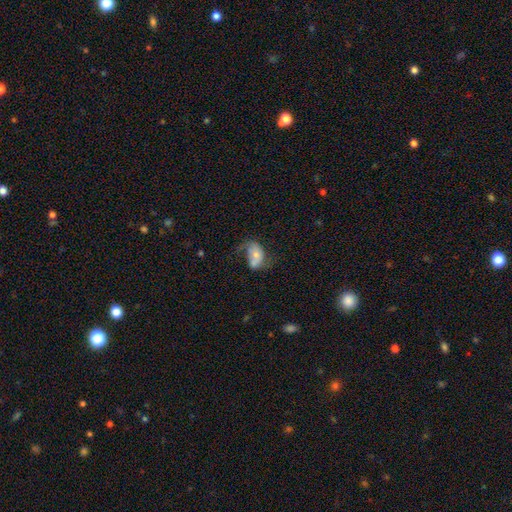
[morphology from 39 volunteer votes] Smooth or featured: featured or disk — 51% (smooth — 44%)
Edge-on disk: no — 100%
Bar: no — 60% (weak — 25%)
Spiral arms: yes — 80% (no — 20%)
Spiral winding: loose — 62% (medium — 25%)
Spiral arm count: 2 — 81% (1 — 19%)
Bulge size: moderate — 70% (none — 15%)
Merging: minor disturbance — 35% (none — 30%)